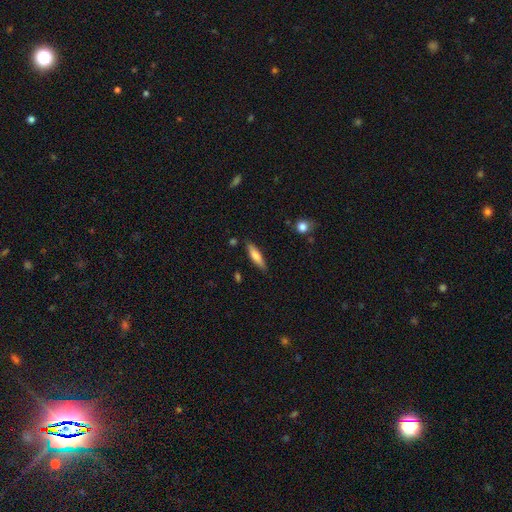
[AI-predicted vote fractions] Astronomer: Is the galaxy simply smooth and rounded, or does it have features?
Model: smooth — 70%.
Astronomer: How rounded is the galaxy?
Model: cigar-shaped — 71%.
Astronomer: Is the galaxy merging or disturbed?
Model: none — 84%.